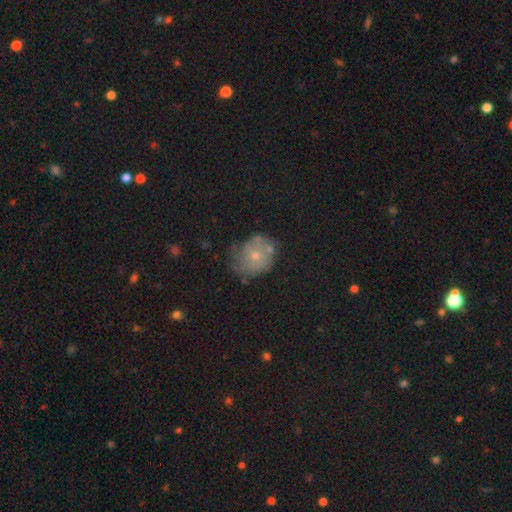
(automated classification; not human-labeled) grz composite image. It shows a smooth galaxy with no disk features (49%). Merging: none (50%).